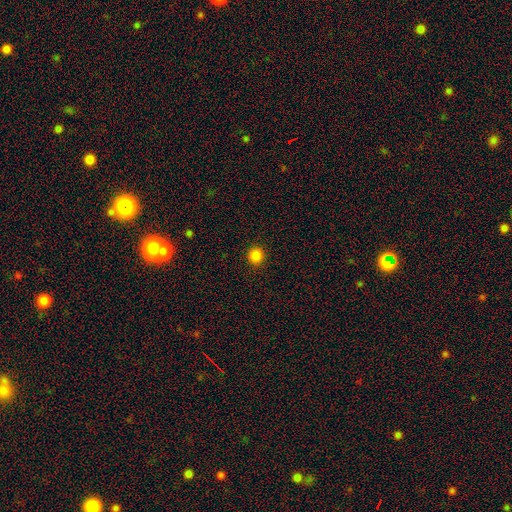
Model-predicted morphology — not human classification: This appears to be a smooth galaxy with no disk features (85%) that is round (90%). Merging: none (92%).